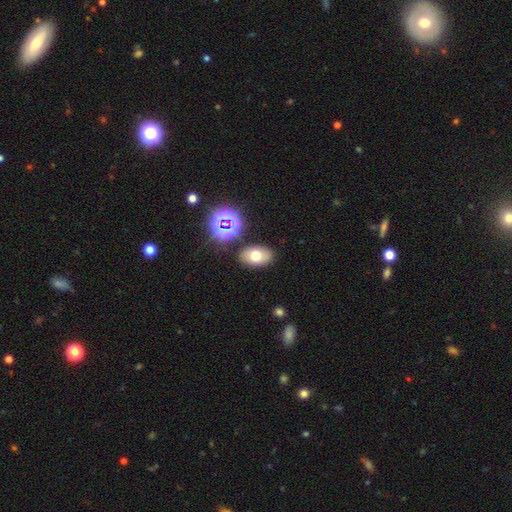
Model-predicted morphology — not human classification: smooth 69%, featured or disk 17%, star or artifact 15%. Down the decision tree: how rounded — in between (87%); merging — none (83%).